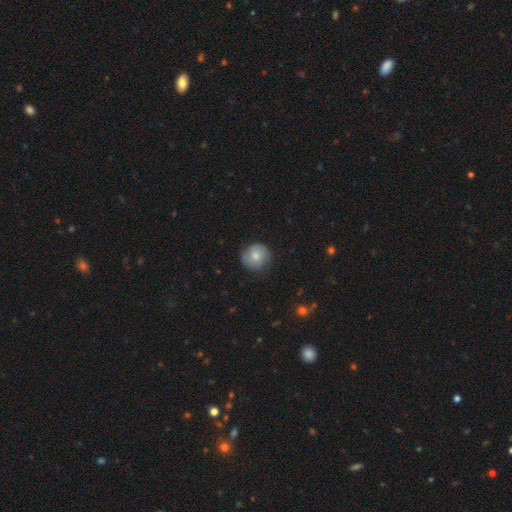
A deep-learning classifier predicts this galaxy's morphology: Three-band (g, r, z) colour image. It shows a smooth galaxy with no disk features (72%) that is round (91%). Merging: none (78%).